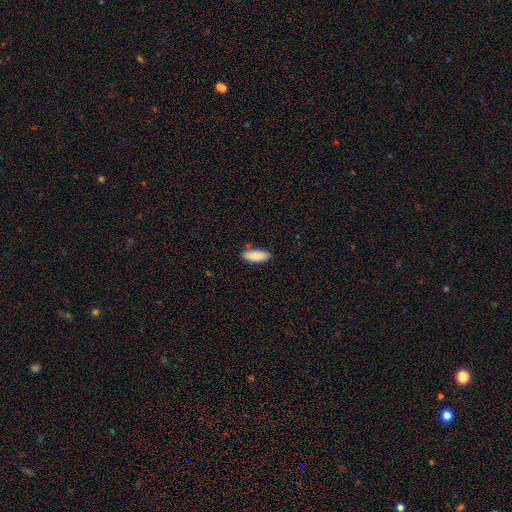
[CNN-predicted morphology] A smooth galaxy with no disk features (90%) that is in between round and cigar-shaped (79%).

Vote fractions:
- Smooth or featured? smooth: 90% / star or artifact: 6% / featured or disk: 5%
- How rounded? in between: 79% / cigar-shaped: 19% / round: 2%
- Merging? none: 81% / minor disturbance: 13% / merger: 4% / major disturbance: 3%